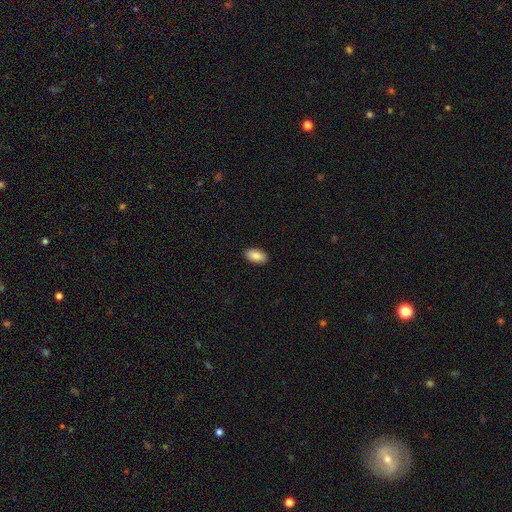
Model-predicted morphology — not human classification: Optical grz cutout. It shows a smooth galaxy with no disk features (89%) that is in between round and cigar-shaped (95%). Merging: none (90%).